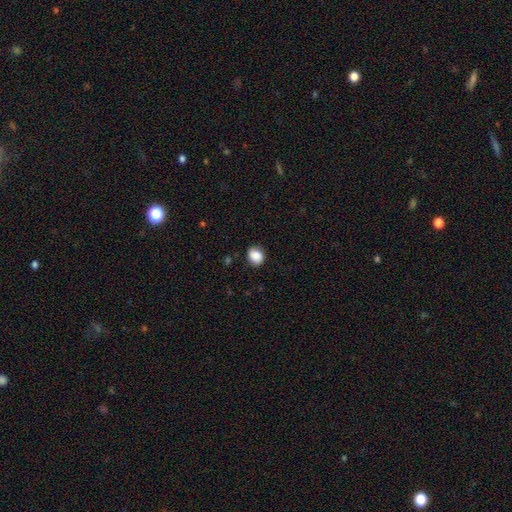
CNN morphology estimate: Q: Smooth or featured?
A: smooth (88%); runner-up: star or artifact (8%)
Q: How rounded?
A: round (61%); runner-up: in between (38%)
Q: Merging?
A: none (84%); runner-up: minor disturbance (12%)